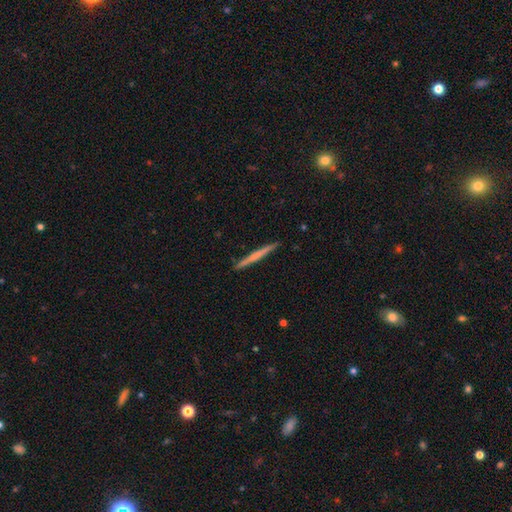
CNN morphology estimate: A smooth galaxy with no disk features (48%). Merging: none (92%).